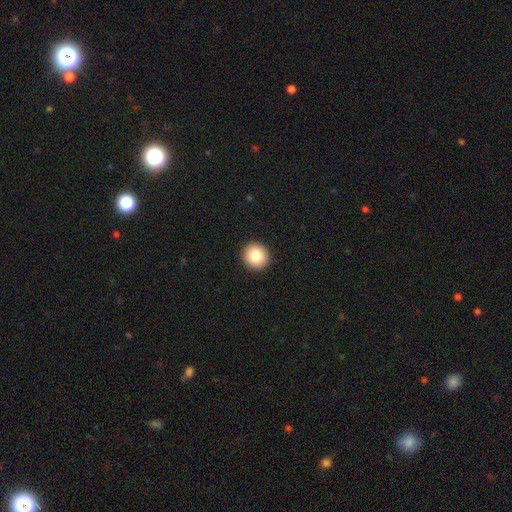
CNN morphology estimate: smooth 83%, star or artifact 9%, featured or disk 8%. Down the decision tree: how rounded — round (92%); merging — none (93%).